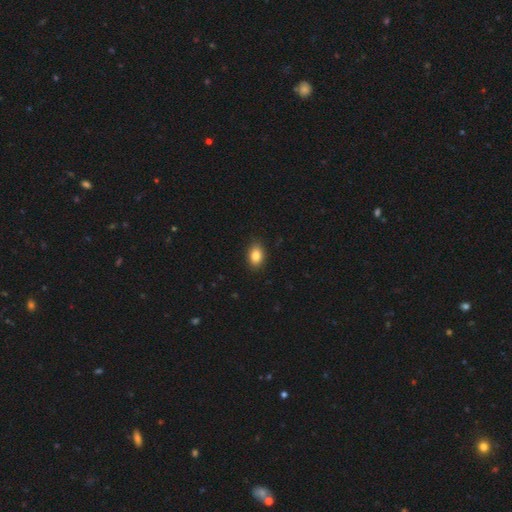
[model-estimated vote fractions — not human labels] Morphology: type=smooth (85%); roundness=in between (80%); merging=none (87%).